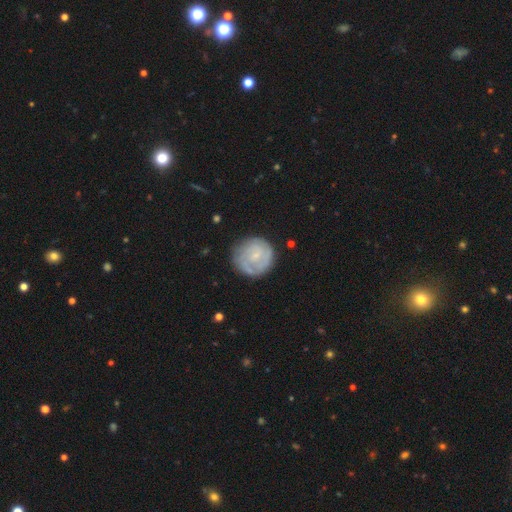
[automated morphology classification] smooth_or_featured: featured or disk (p=0.60) [alt: smooth p=0.34]
disk_edge_on: no (p=0.98) [alt: yes p=0.02]
bar: no (p=0.63) [alt: weak p=0.32]
has_spiral_arms: yes (p=0.80) [alt: no p=0.20]
bulge_size: small (p=0.65) [alt: moderate p=0.17]
merging: none (p=0.77) [alt: minor disturbance p=0.16]